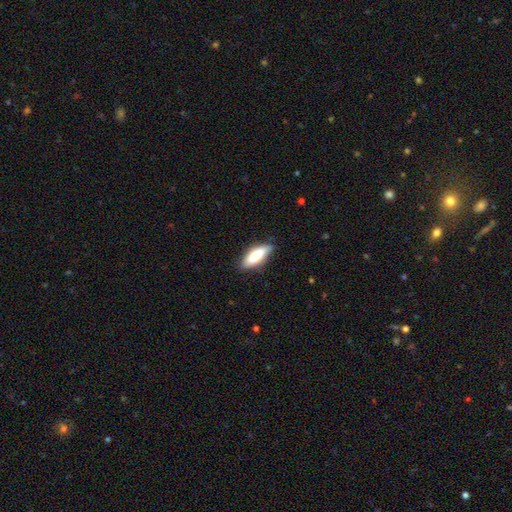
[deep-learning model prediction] smooth-or-featured: smooth: 71% | featured or disk: 23% | star or artifact: 6%
  how-rounded: in between: 66% | cigar-shaped: 33% | round: 2%
  merging: none: 80% | minor disturbance: 16% | major disturbance: 3% | merger: 1%